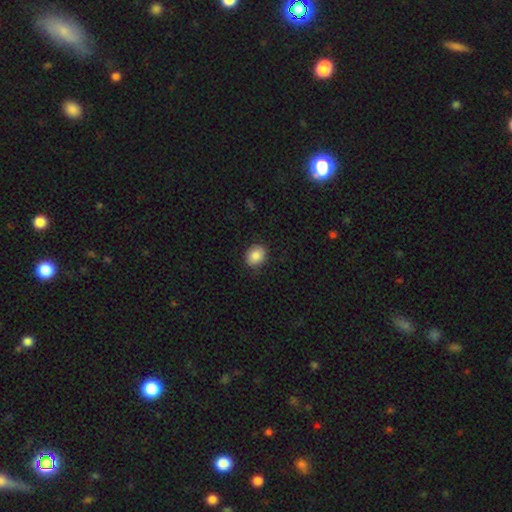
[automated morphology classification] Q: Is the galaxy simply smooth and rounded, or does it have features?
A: smooth — 86%.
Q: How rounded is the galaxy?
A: round — 56%.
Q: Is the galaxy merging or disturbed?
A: none — 85%.